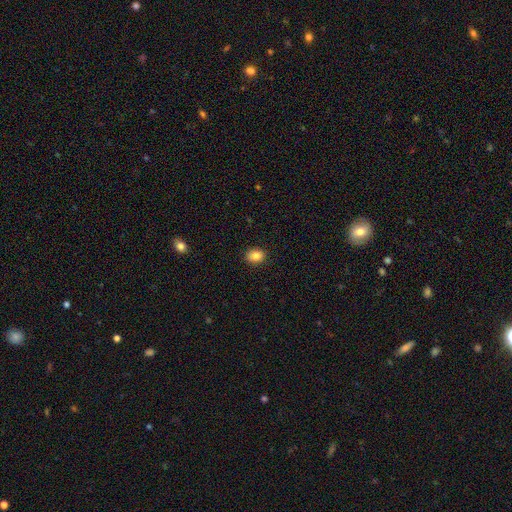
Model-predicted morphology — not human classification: Smooth or featured?
  - smooth: 85% *
  - star or artifact: 10%
  - featured or disk: 6%
How rounded?
  - in between: 54% *
  - round: 45%
  - cigar-shaped: 1%
Merging?
  - none: 90% *
  - minor disturbance: 7%
  - major disturbance: 2%
  - merger: 1%